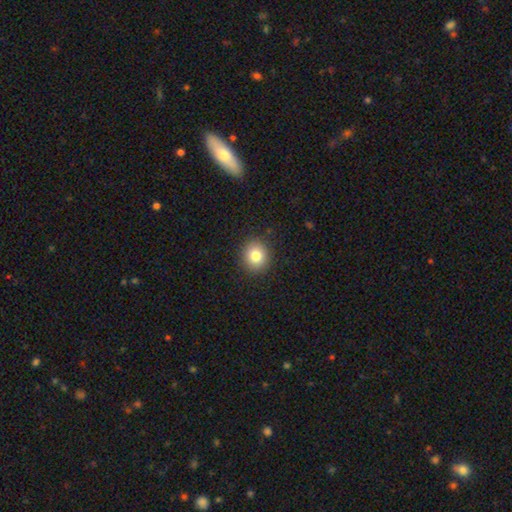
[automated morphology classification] A smooth galaxy with no disk features (81%) that is round (81%). Merging: none (91%).